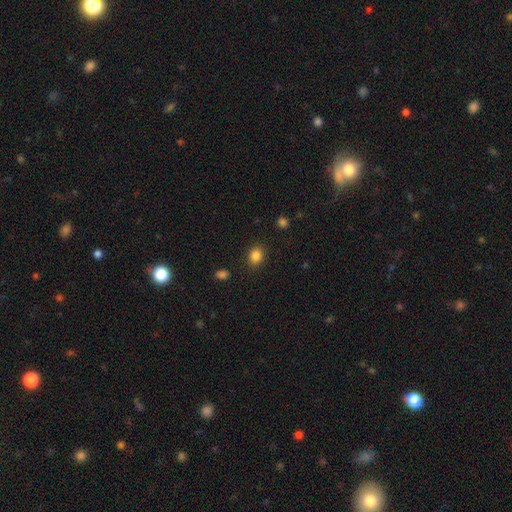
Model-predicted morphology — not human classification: This is clearly a smooth galaxy (85%). How rounded: likely round (61%). Merging: clearly none (86%).